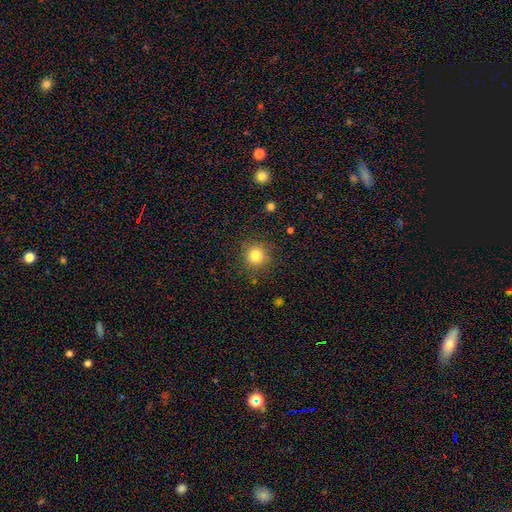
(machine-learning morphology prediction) This is clearly a smooth galaxy (82%). How rounded: clearly round (93%). Merging: clearly none (86%).